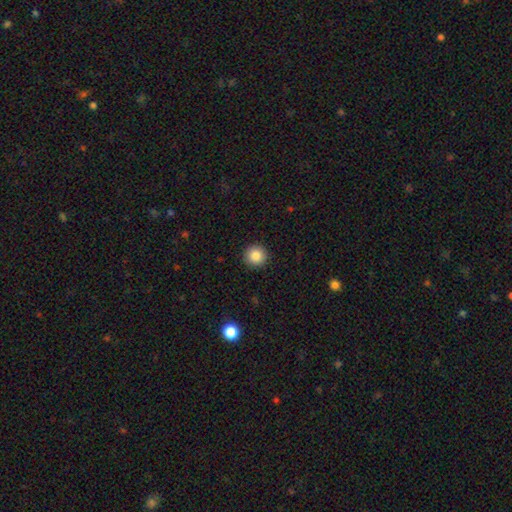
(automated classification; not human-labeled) This appears to be a smooth galaxy with no disk features (86%) that is round (95%). Merging: none (93%).